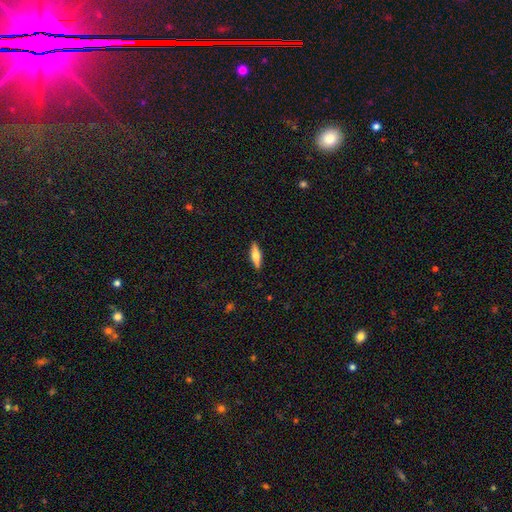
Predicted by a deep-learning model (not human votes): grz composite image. It shows a smooth galaxy with no disk features (66%) that is cigar-shaped (61%). Merging: none (90%).